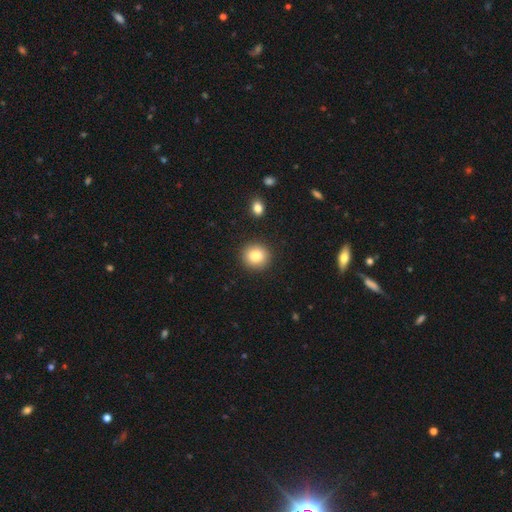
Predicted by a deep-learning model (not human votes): smooth 83%, star or artifact 9%, featured or disk 7%. Down the decision tree: how rounded — round (90%); merging — none (91%).